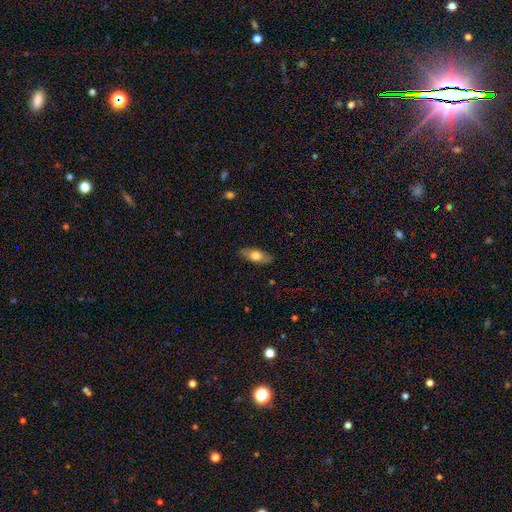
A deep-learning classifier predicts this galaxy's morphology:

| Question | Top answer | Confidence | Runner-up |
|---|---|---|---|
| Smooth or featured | smooth | 67% | featured or disk (26%) |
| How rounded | in between | 76% | cigar-shaped (21%) |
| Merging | none | 86% | minor disturbance (11%) |